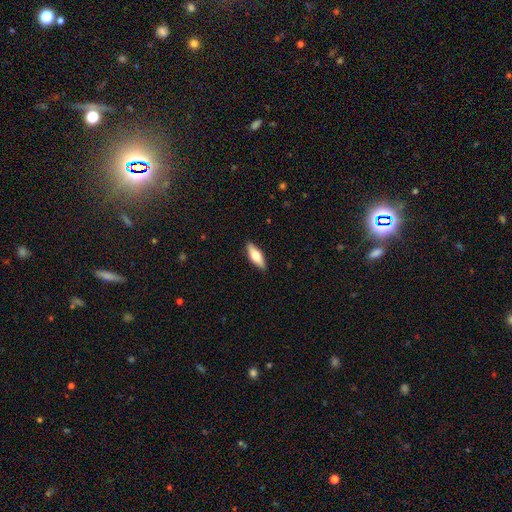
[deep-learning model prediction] Morphology: type=smooth (58%); roundness=in between (60%); merging=none (88%).